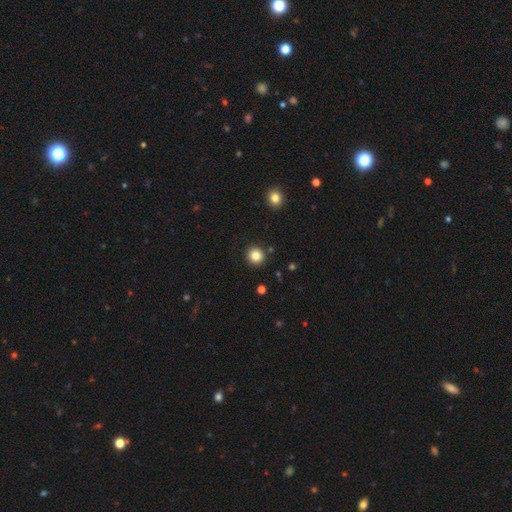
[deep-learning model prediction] Smooth or featured? Predicted: smooth (p=0.84). How rounded? Predicted: round (p=0.94). Merging? Predicted: none (p=0.91).